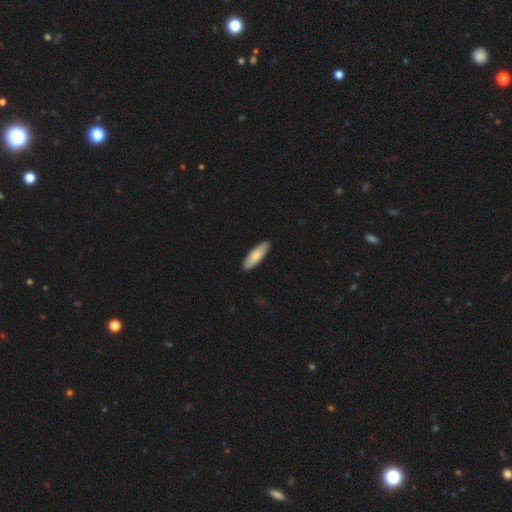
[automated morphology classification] Smooth or featured: smooth — 79% (featured or disk — 16%)
How rounded: in between — 51% (cigar-shaped — 47%)
Merging: none — 90% (minor disturbance — 8%)